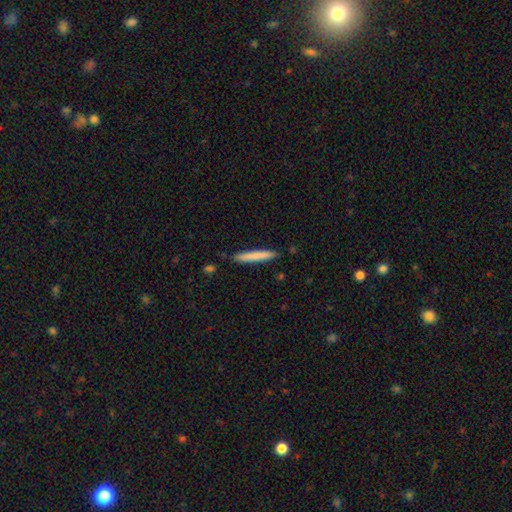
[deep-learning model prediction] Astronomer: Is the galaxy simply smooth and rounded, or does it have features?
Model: smooth — 78%.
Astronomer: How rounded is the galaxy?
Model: cigar-shaped — 96%.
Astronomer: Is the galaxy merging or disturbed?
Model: none — 88%.